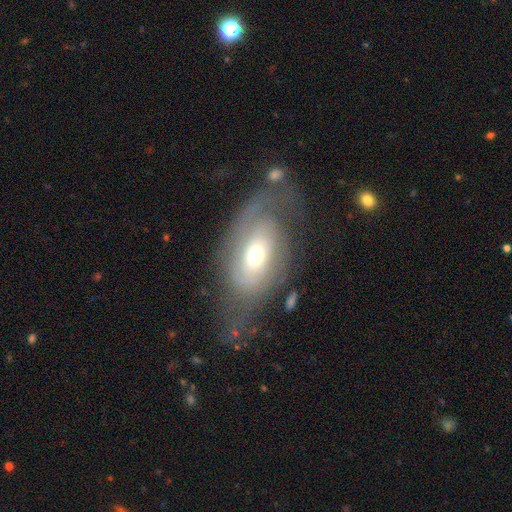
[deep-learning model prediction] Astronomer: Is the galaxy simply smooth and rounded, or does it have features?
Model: featured or disk — 62%.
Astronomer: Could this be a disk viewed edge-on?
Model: no — 91%.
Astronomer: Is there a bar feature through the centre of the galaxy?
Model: no — 76%.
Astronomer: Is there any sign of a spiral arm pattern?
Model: yes — 66%.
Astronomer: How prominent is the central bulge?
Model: moderate — 67%.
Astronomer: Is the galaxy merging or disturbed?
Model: none — 44% (runner-up: major disturbance, 30%).